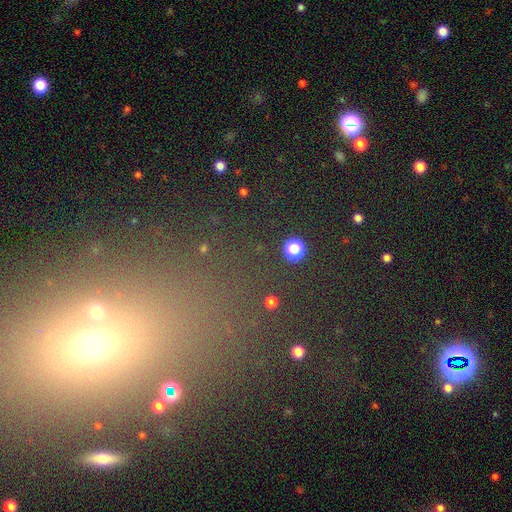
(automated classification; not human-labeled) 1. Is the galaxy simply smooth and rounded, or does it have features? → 53% star or artifact, 36% smooth, 12% featured or disk.